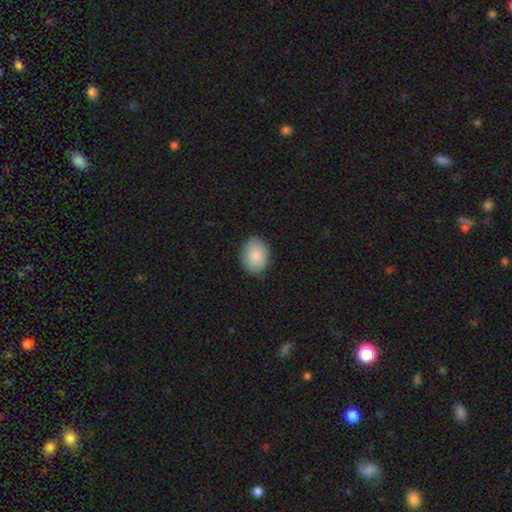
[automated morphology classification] type=smooth (87%); roundness=in between (69%); merging=none (80%).